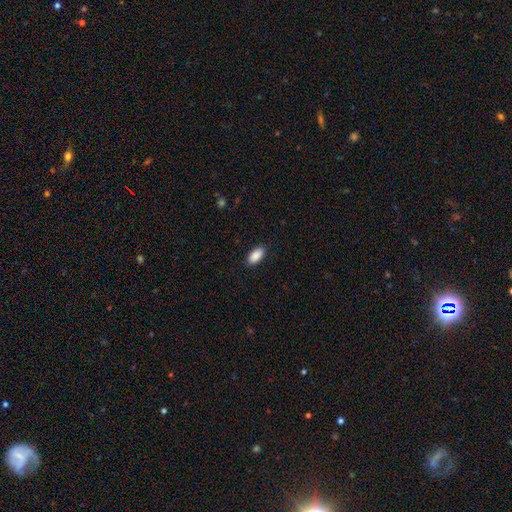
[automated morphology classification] Overall: smooth (90%). How rounded: in between (92%). Merging: none (89%).